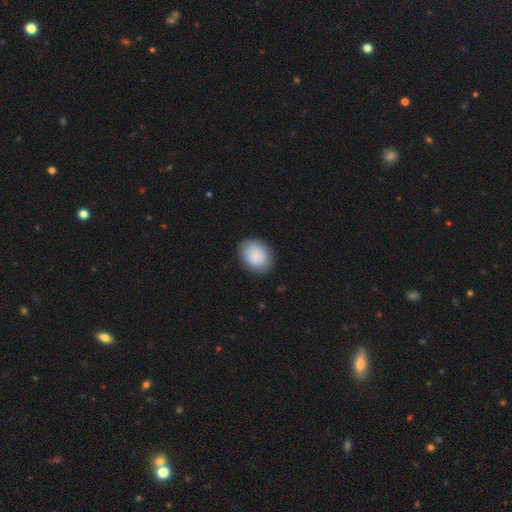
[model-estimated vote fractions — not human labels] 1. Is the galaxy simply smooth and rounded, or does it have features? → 87% smooth, 7% featured or disk, 6% star or artifact.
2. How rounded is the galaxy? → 57% in between, 42% round, 1% cigar-shaped.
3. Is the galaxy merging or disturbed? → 85% none, 11% minor disturbance, 3% major disturbance, 1% merger.